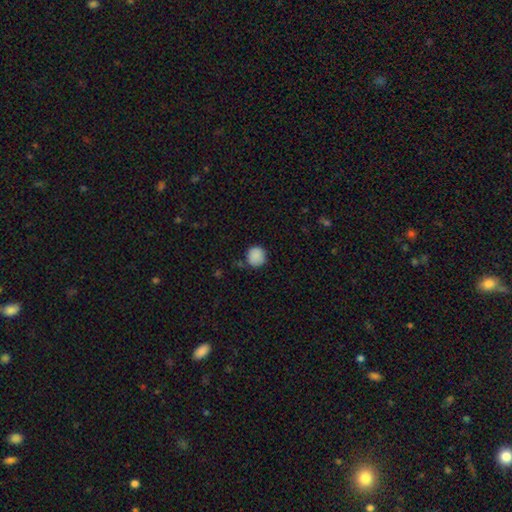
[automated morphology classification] A smooth galaxy with no disk features (88%) that is round (90%).

Vote fractions:
- Smooth or featured? smooth: 88% / star or artifact: 9% / featured or disk: 3%
- How rounded? round: 90% / in between: 9% / cigar-shaped: 1%
- Merging? none: 77% / minor disturbance: 17% / major disturbance: 3% / merger: 3%